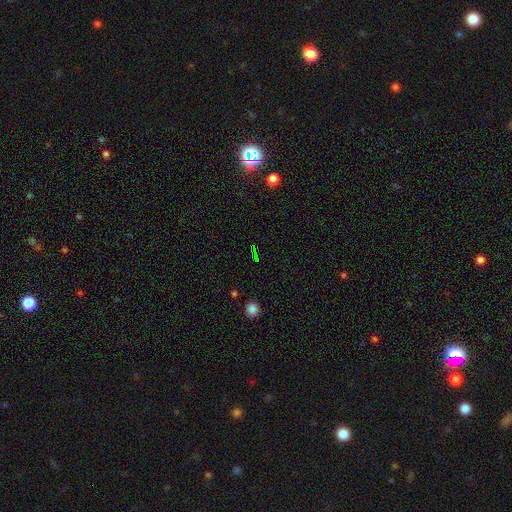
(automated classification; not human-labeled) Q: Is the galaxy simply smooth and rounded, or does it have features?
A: star or artifact — 72%.